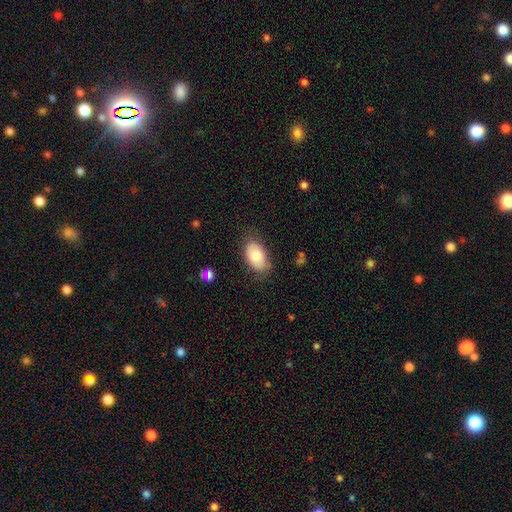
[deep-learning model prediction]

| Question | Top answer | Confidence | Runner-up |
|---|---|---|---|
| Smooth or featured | smooth | 77% | featured or disk (16%) |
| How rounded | in between | 92% | round (6%) |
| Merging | none | 77% | minor disturbance (17%) |